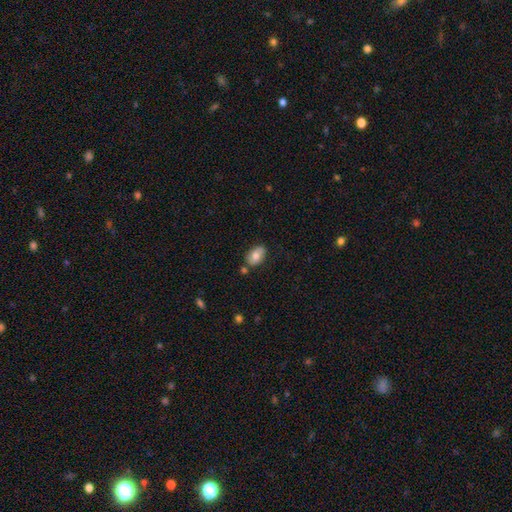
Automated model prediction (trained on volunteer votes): Morphology: type=smooth (72%); roundness=in between (86%); merging=none (73%).